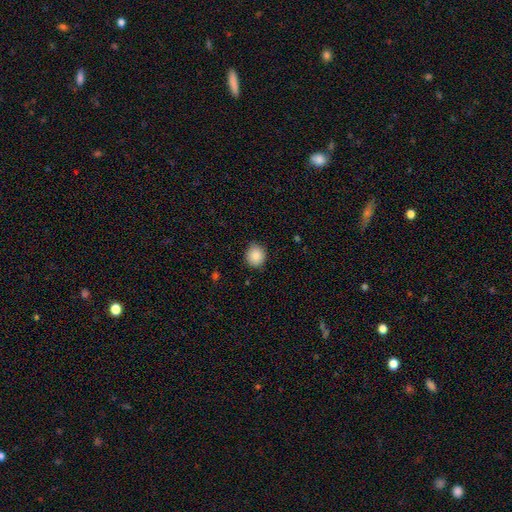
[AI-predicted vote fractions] Smooth or featured? smooth (85%)
How rounded? round (84%)
Merging? none (86%)